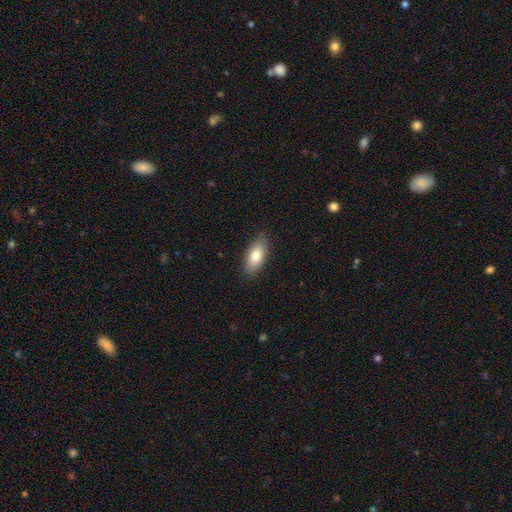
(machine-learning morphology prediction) A smooth galaxy with no disk features (79%) that is in between round and cigar-shaped (87%).

Vote fractions:
- Smooth or featured? smooth: 79% / featured or disk: 15% / star or artifact: 7%
- How rounded? in between: 87% / cigar-shaped: 10% / round: 3%
- Merging? none: 85% / minor disturbance: 12% / major disturbance: 2% / merger: 1%